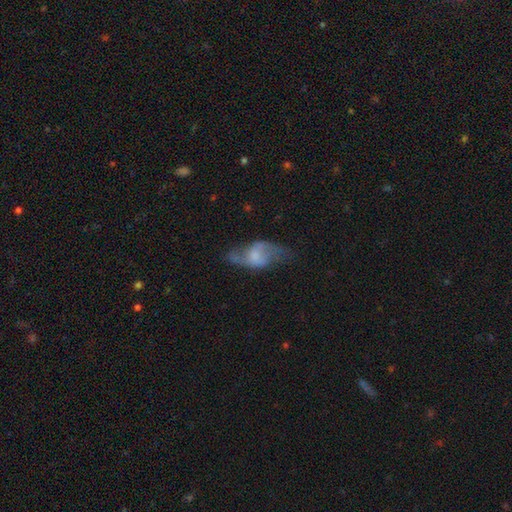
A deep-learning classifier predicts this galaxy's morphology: A featured or disk galaxy (58%) with no bar (59%), spiral arms (68%) and a moderate central bulge (32%).

Vote fractions:
- Smooth or featured? featured or disk: 58% / smooth: 34% / star or artifact: 9%
- Edge-on disk? no: 87% / yes: 13%
- Bar? no: 59% / weak: 34% / strong: 8%
- Spiral arms? yes: 68% / no: 32%
- Bulge size? moderate: 32% / small: 31% / none: 24% / large: 12% / dominant: 2%
- Merging? none: 48% / minor disturbance: 26% / major disturbance: 23% / merger: 3%